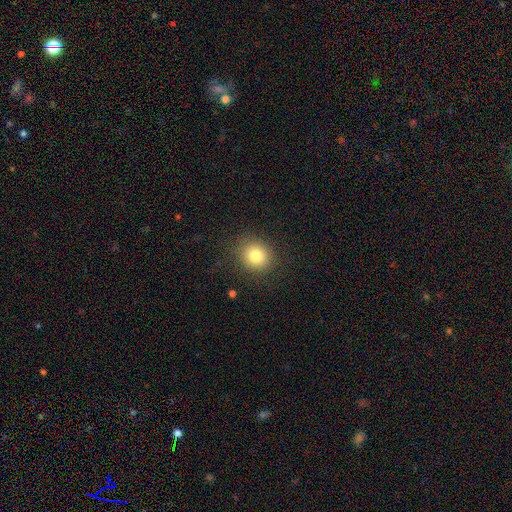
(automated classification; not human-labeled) smooth_or_featured: smooth (p=0.80) [alt: star or artifact p=0.12]
how_rounded: round (p=0.78) [alt: in between p=0.21]
merging: none (p=0.88) [alt: minor disturbance p=0.08]